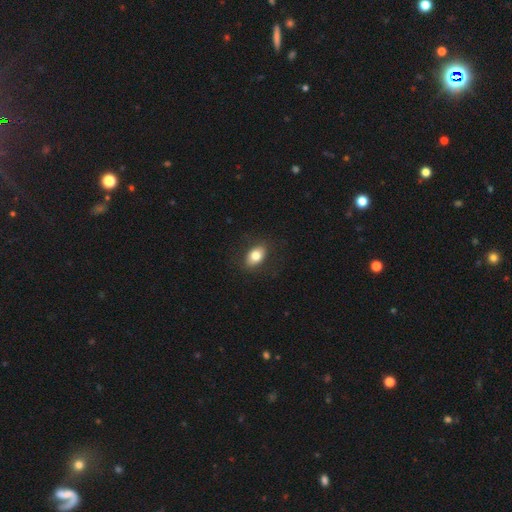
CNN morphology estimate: smooth-or-featured: smooth: 80% | featured or disk: 12% | star or artifact: 8%
  how-rounded: in between: 82% | round: 16% | cigar-shaped: 2%
  merging: none: 85% | minor disturbance: 11% | major disturbance: 4% | merger: 1%